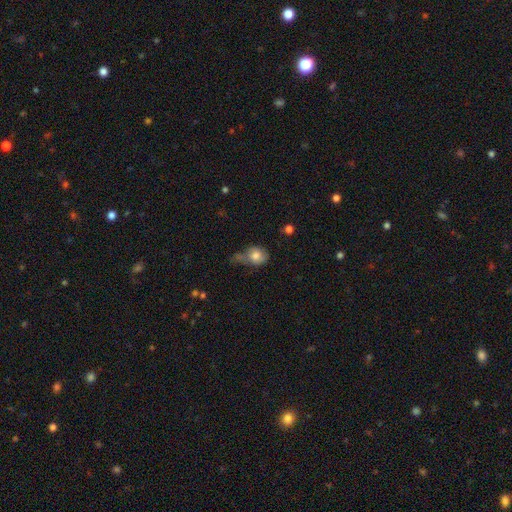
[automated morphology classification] This appears to be a smooth galaxy with no disk features (77%) that is round (55%). Merging: none (31%).